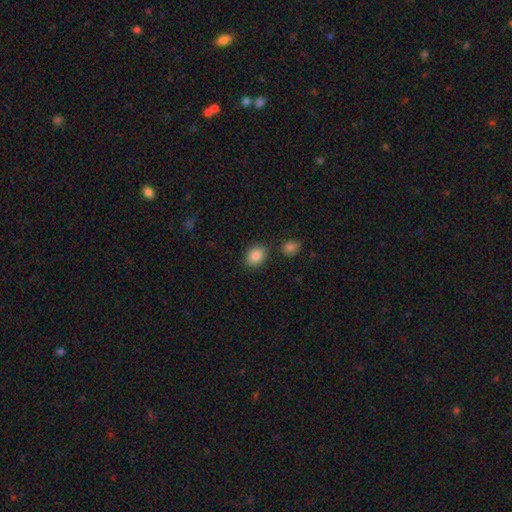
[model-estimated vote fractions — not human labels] smooth 86%, star or artifact 9%, featured or disk 5%. Down the decision tree: how rounded — in between (51%); merging — none (80%).